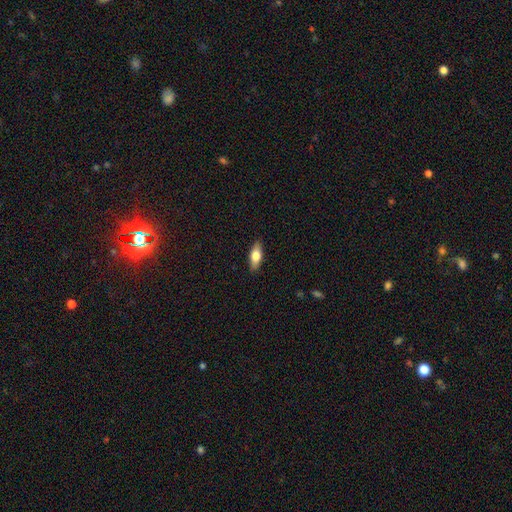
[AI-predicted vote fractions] smooth-or-featured: smooth: 65% | featured or disk: 28% | star or artifact: 6%
  how-rounded: in between: 70% | cigar-shaped: 26% | round: 3%
  merging: none: 88% | minor disturbance: 9% | major disturbance: 2% | merger: 1%